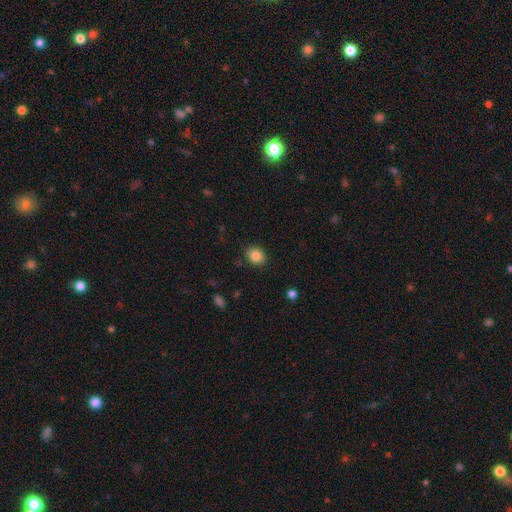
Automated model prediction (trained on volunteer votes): This is clearly a smooth galaxy (85%). How rounded: possibly round (53%). Merging: clearly none (87%).